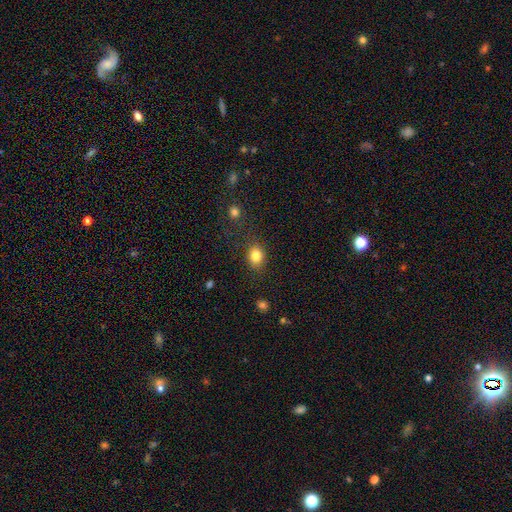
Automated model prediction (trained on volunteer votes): Overall: smooth (83%). How rounded: in between (52%; round 47%). Merging: none (81%).